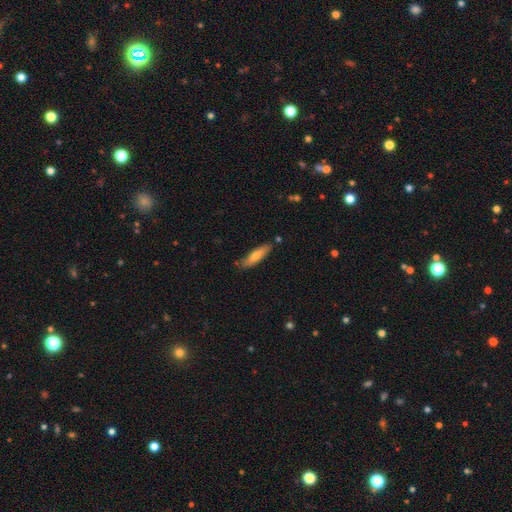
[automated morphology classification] Smooth or featured: smooth — 63% (featured or disk — 31%)
How rounded: cigar-shaped — 77% (in between — 22%)
Merging: none — 83% (minor disturbance — 13%)